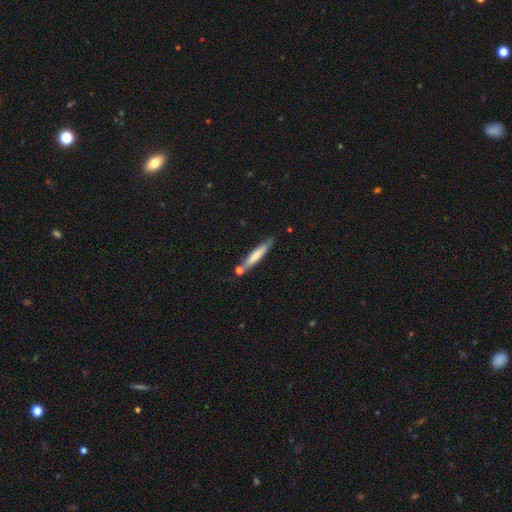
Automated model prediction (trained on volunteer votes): smooth-or-featured: smooth: 63% | featured or disk: 31% | star or artifact: 6%
  how-rounded: cigar-shaped: 91% | in between: 7% | round: 1%
  merging: none: 69% | minor disturbance: 16% | merger: 12% | major disturbance: 3%